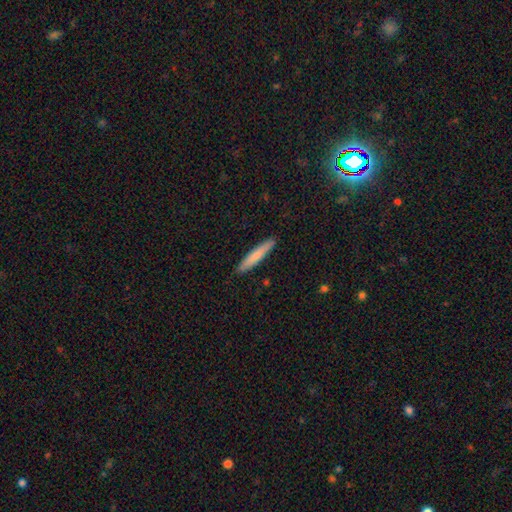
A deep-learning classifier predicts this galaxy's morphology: Smooth or featured: smooth — 75% (featured or disk — 19%)
How rounded: cigar-shaped — 94% (in between — 5%)
Merging: none — 91% (minor disturbance — 7%)